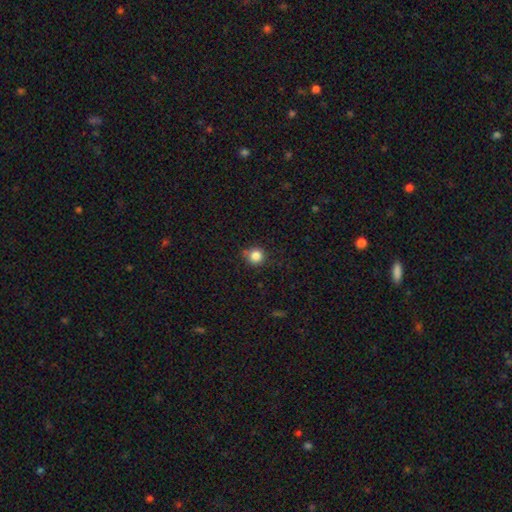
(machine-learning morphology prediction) Smooth or featured?
  - smooth: 84% *
  - star or artifact: 12%
  - featured or disk: 5%
How rounded?
  - round: 91% *
  - in between: 8%
  - cigar-shaped: 1%
Merging?
  - none: 75% *
  - minor disturbance: 19%
  - major disturbance: 4%
  - merger: 3%